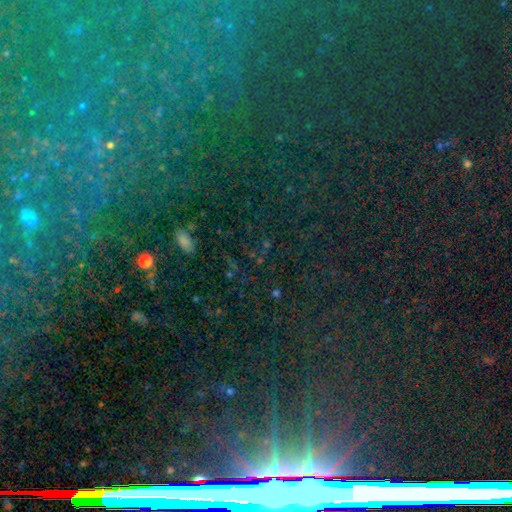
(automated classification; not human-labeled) Smooth or featured? Predicted: star or artifact (p=0.77).